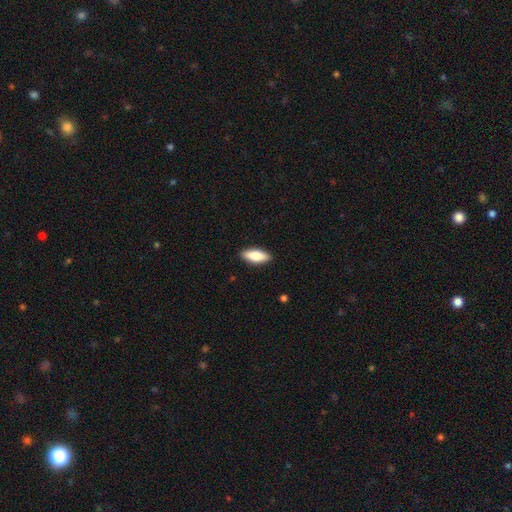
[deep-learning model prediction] Smooth or featured: smooth — 79% (featured or disk — 15%)
How rounded: in between — 75% (cigar-shaped — 23%)
Merging: none — 90% (minor disturbance — 8%)